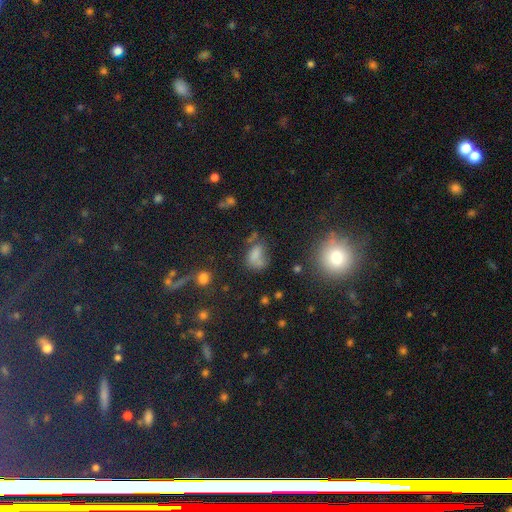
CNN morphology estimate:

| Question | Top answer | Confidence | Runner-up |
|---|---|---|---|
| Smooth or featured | smooth | 65% | star or artifact (22%) |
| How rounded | in between | 75% | round (22%) |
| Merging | none | 37% | minor disturbance (23%) |